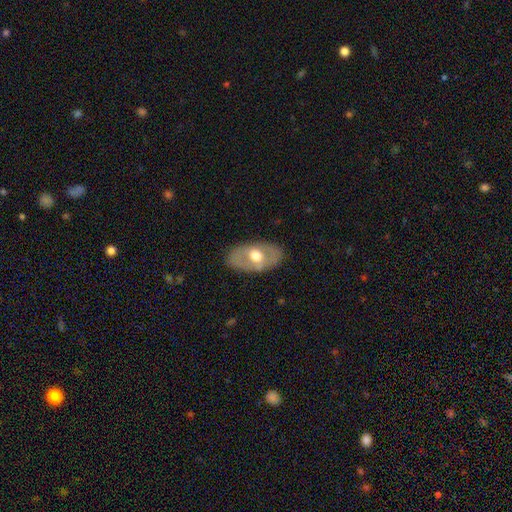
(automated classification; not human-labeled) Smooth or featured: featured or disk — 51% (smooth — 44%)
Edge-on disk: no — 86% (yes — 14%)
Merging: none — 80% (minor disturbance — 14%)